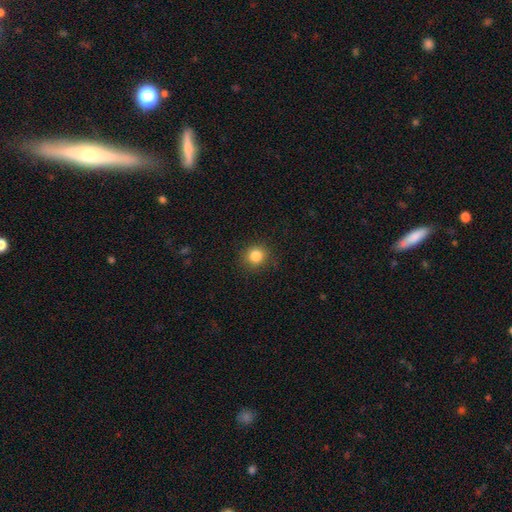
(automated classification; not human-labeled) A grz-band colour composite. It shows a smooth galaxy with no disk features (84%) that is round (89%). Merging: none (89%).